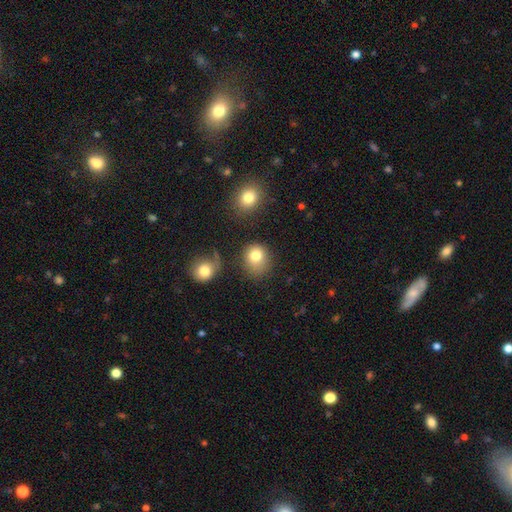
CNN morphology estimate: smooth_or_featured: smooth (p=0.81) [alt: star or artifact p=0.11]
how_rounded: round (p=0.72) [alt: in between p=0.27]
merging: none (p=0.65) [alt: minor disturbance p=0.19]